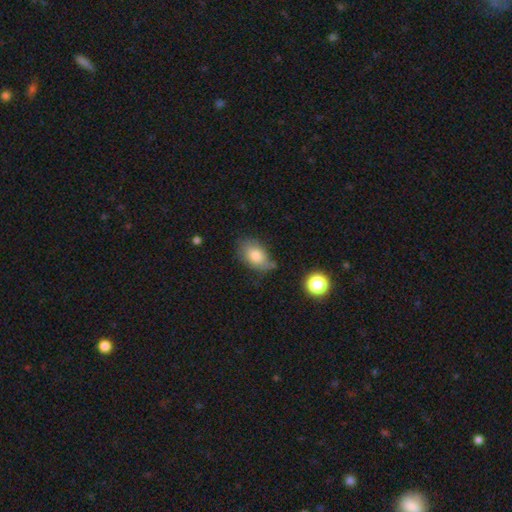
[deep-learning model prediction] Smooth or featured?
  - smooth: 79% *
  - featured or disk: 14%
  - star or artifact: 8%
How rounded?
  - in between: 88% *
  - round: 11%
  - cigar-shaped: 2%
Merging?
  - none: 60% *
  - minor disturbance: 28%
  - major disturbance: 7%
  - merger: 5%